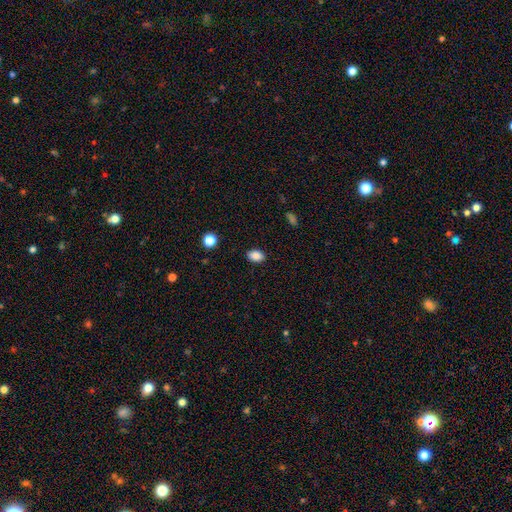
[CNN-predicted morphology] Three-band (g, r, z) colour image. It shows a smooth galaxy with no disk features (87%) that is in between round and cigar-shaped (83%). Merging: none (88%).